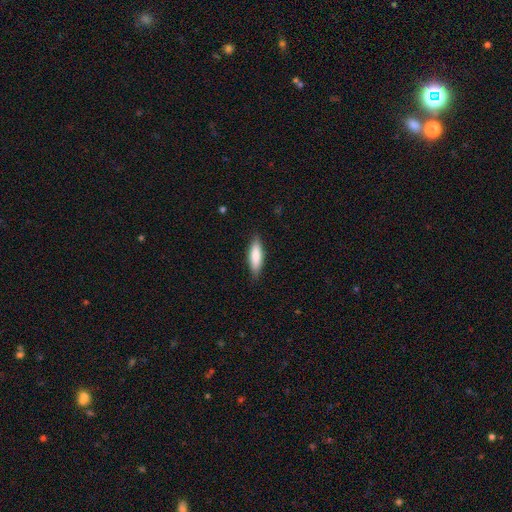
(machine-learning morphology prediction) Smooth or featured: smooth — 80% (featured or disk — 15%)
How rounded: cigar-shaped — 55% (in between — 43%)
Merging: none — 86% (minor disturbance — 11%)